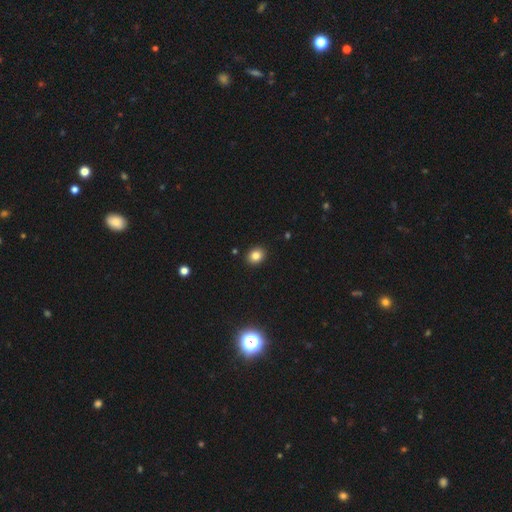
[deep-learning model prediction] A smooth galaxy with no disk features (83%) that is round (59%).

Vote fractions:
- Smooth or featured? smooth: 83% / star or artifact: 11% / featured or disk: 6%
- How rounded? round: 59% / in between: 40% / cigar-shaped: 1%
- Merging? none: 91% / minor disturbance: 6% / major disturbance: 2% / merger: 1%